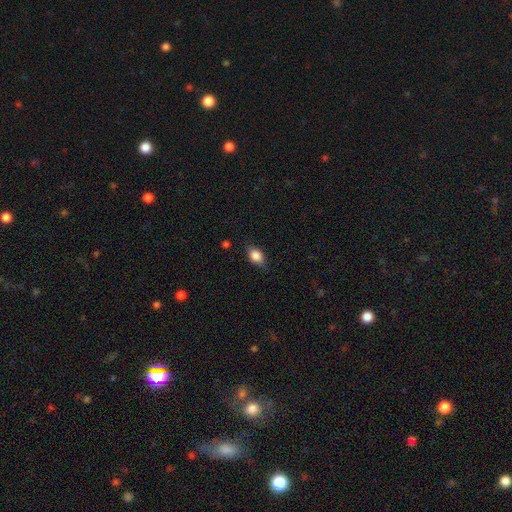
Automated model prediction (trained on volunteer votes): Smooth or featured?
  - smooth: 85% *
  - star or artifact: 8%
  - featured or disk: 7%
How rounded?
  - in between: 79% *
  - round: 19%
  - cigar-shaped: 2%
Merging?
  - none: 78% *
  - minor disturbance: 17%
  - major disturbance: 4%
  - merger: 1%